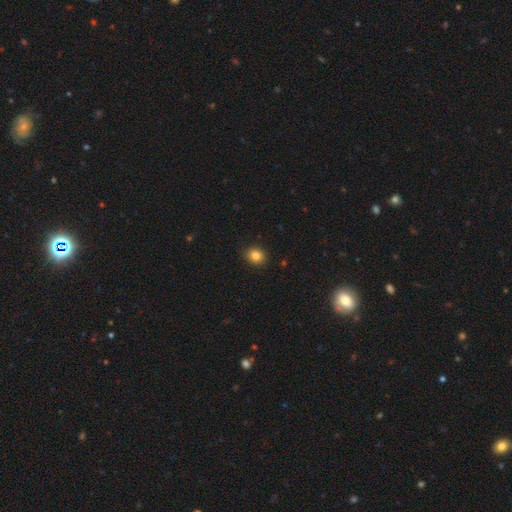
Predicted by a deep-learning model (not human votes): smooth-or-featured: smooth: 84% | star or artifact: 11% | featured or disk: 5%
  how-rounded: round: 68% | in between: 31% | cigar-shaped: 1%
  merging: none: 91% | minor disturbance: 6% | major disturbance: 2% | merger: 1%